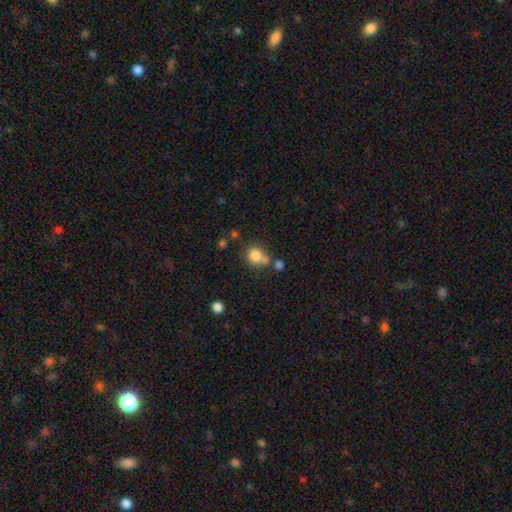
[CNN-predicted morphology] smooth_or_featured: smooth (p=0.80) [alt: star or artifact p=0.11]
how_rounded: round (p=0.78) [alt: in between p=0.21]
merging: none (p=0.50) [alt: merger p=0.31]